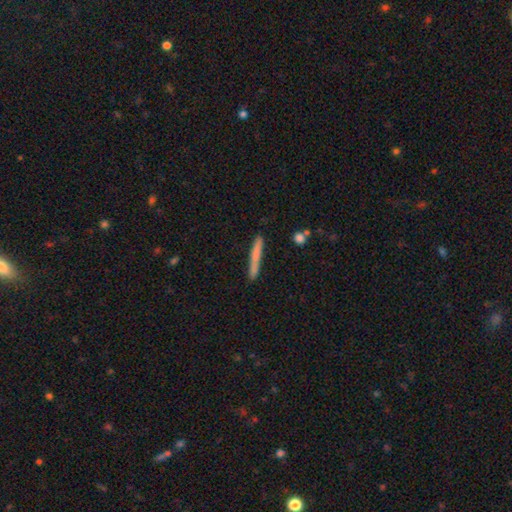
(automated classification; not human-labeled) The model was most divided on "smooth or featured": smooth: 71%, featured or disk: 23%, star or artifact: 6%. More confident: how rounded — cigar-shaped (96%); merging — none (87%).